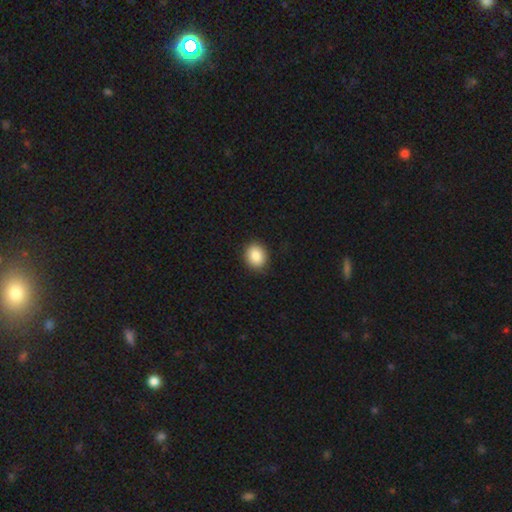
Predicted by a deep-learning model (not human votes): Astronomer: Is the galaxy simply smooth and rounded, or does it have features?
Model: smooth — 88%.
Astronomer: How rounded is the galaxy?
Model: round — 58% (runner-up: in between, 41%).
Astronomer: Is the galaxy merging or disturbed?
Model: none — 89%.